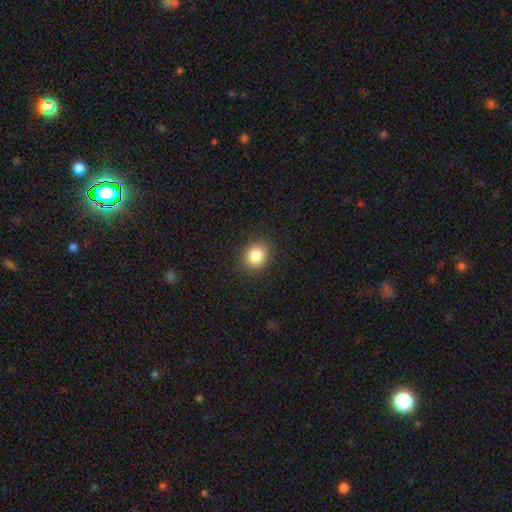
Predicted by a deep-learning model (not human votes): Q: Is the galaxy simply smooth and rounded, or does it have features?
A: smooth — 84%.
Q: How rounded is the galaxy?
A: round — 74%.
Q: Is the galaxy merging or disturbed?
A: none — 90%.